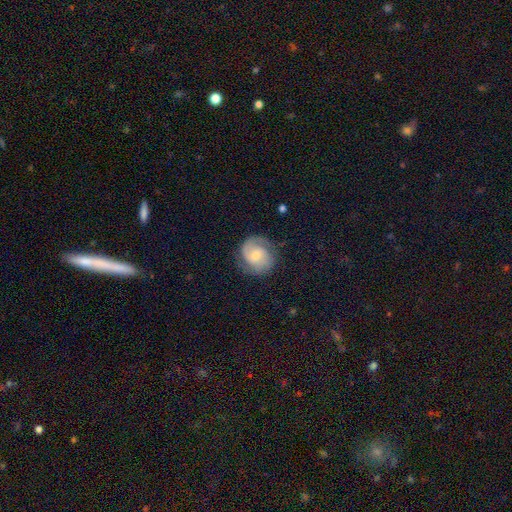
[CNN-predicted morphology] This appears to be a featured or disk galaxy (73%) with no bar (56%), 2 (72%) medium (44%) spiral arms (94%) and a small central bulge (49%). Merging: none (74%).